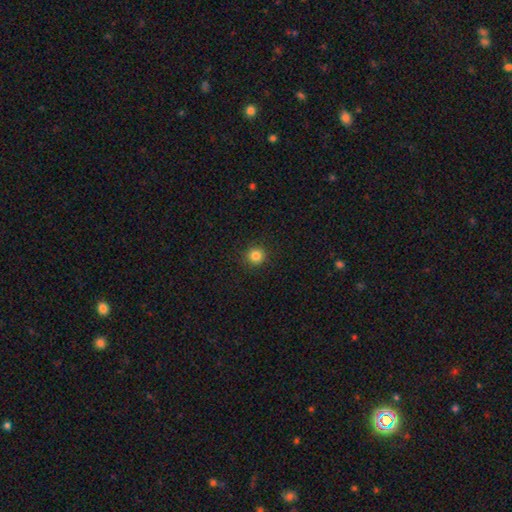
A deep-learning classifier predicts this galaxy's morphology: Smooth or featured? smooth (84%)
How rounded? round (94%)
Merging? none (92%)